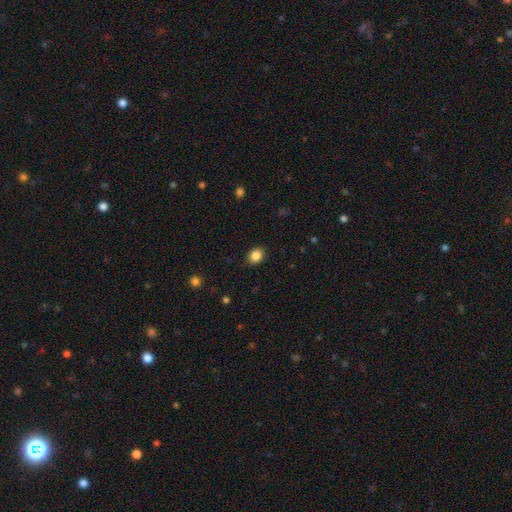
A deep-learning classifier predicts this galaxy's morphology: type=smooth (86%); roundness=in between (53%); merging=none (89%).